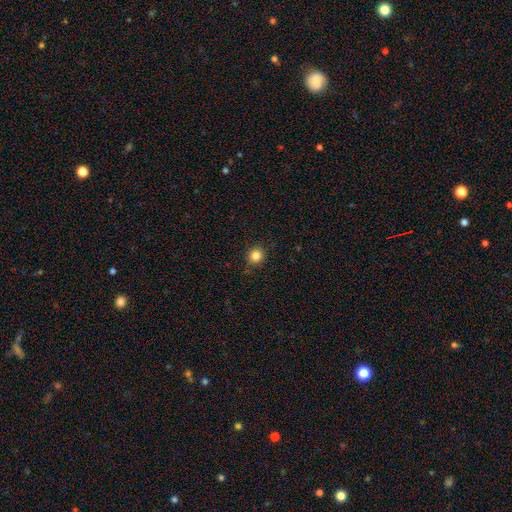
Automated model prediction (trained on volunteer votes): Smooth or featured? smooth (84%)
How rounded? round (82%)
Merging? none (87%)